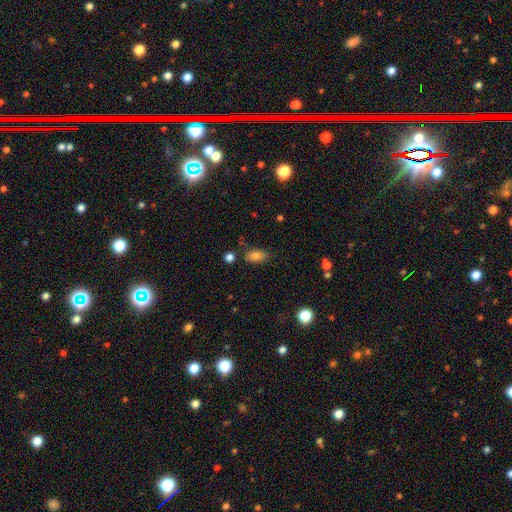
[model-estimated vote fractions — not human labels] This appears to be a smooth galaxy with no disk features (82%) that is in between round and cigar-shaped (89%). Merging: none (72%).